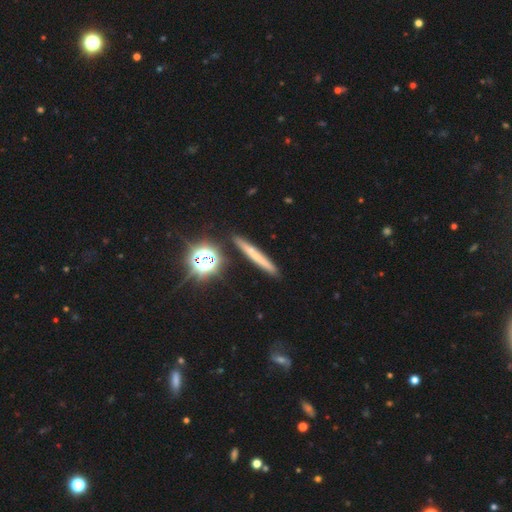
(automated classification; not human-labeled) smooth-or-featured: smooth: 51% | featured or disk: 32% | star or artifact: 17%
  how-rounded: cigar-shaped: 91% | round: 5% | in between: 4%
  merging: none: 89% | minor disturbance: 7% | merger: 2% | major disturbance: 2%